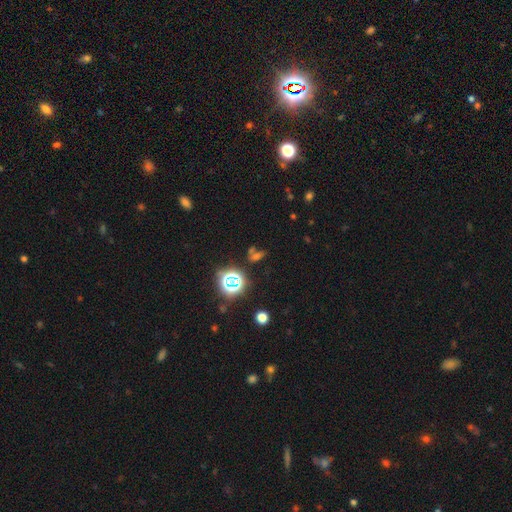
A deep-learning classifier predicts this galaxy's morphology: The model was most divided on "smooth or featured": star or artifact: 57%, smooth: 31%, featured or disk: 12%.